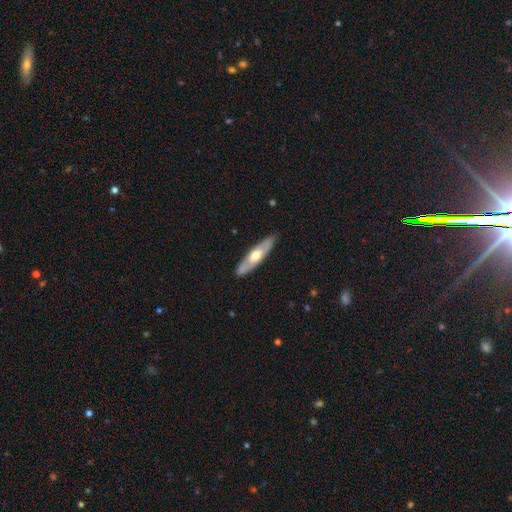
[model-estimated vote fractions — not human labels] smooth-or-featured: featured or disk: 52% | smooth: 43% | star or artifact: 5%
  disk-edge-on: yes: 57% | no: 43%
  merging: none: 87% | minor disturbance: 10% | major disturbance: 2% | merger: 1%